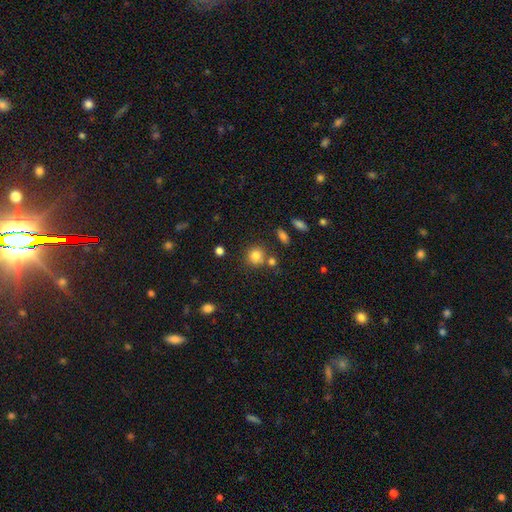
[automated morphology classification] Smooth or featured: smooth — 81% (star or artifact — 12%)
How rounded: round — 82% (in between — 16%)
Merging: none — 67% (merger — 16%)